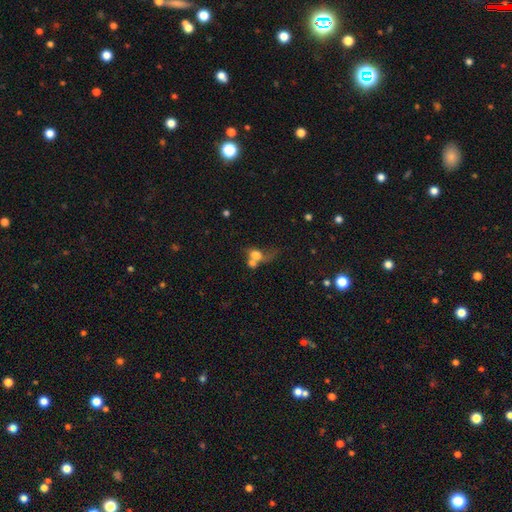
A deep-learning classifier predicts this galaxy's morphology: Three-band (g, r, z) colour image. It shows a smooth galaxy with no disk features (67%) that is round (50%). Merging: merger (57%).